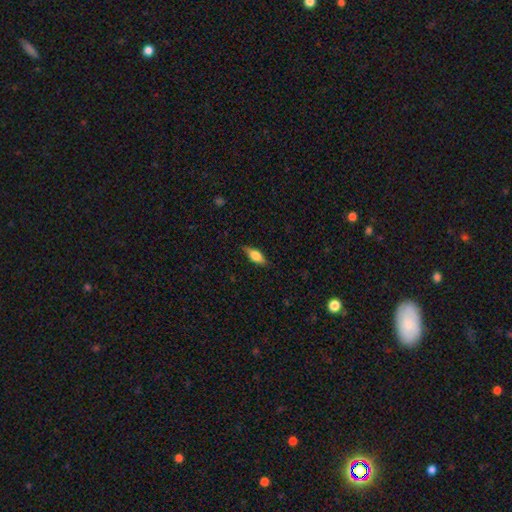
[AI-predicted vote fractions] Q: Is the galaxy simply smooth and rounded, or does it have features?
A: smooth — 68%.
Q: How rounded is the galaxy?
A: in between — 73%.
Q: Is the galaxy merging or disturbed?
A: none — 83%.